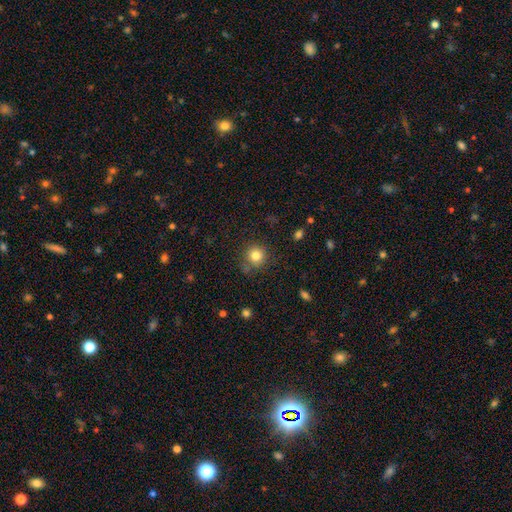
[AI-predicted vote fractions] smooth_or_featured: smooth (p=0.82) [alt: star or artifact p=0.12]
how_rounded: round (p=0.92) [alt: in between p=0.07]
merging: none (p=0.80) [alt: minor disturbance p=0.12]